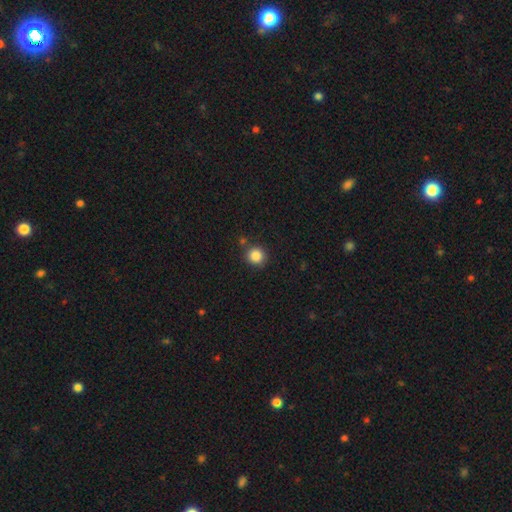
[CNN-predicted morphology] A smooth galaxy with no disk features (86%) that is round (90%).

Vote fractions:
- Smooth or featured? smooth: 86% / star or artifact: 10% / featured or disk: 3%
- How rounded? round: 90% / in between: 9% / cigar-shaped: 1%
- Merging? none: 80% / minor disturbance: 10% / merger: 6% / major disturbance: 3%